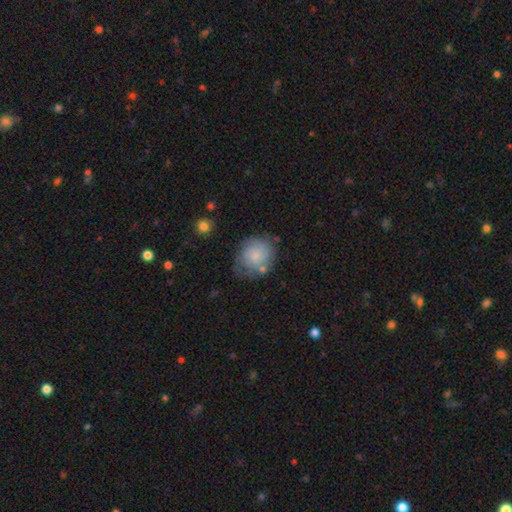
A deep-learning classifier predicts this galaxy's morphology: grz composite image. It shows a smooth galaxy with no disk features (66%) that is round (80%). Merging: none (57%).